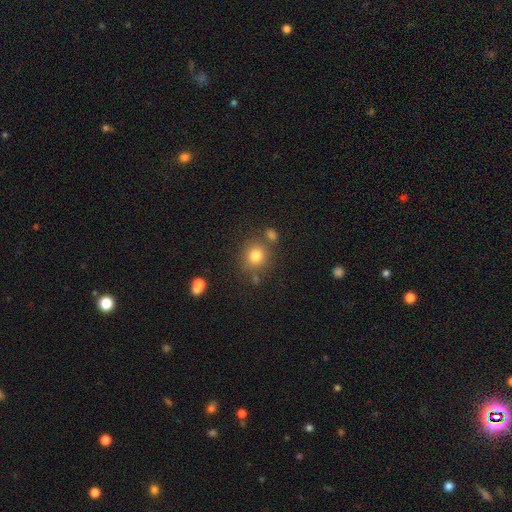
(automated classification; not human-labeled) smooth 80%, star or artifact 12%, featured or disk 8%. Down the decision tree: how rounded — round (84%); merging — none (73%).